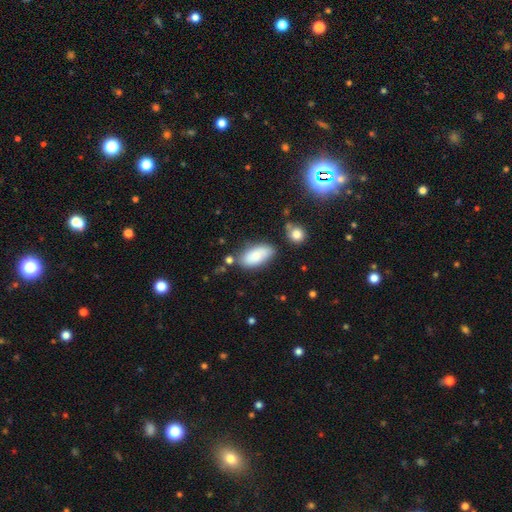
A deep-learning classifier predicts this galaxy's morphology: A smooth galaxy with no disk features (80%) that is in between round and cigar-shaped (92%).

Vote fractions:
- Smooth or featured? smooth: 80% / featured or disk: 14% / star or artifact: 7%
- How rounded? in between: 92% / cigar-shaped: 5% / round: 3%
- Merging? none: 69% / minor disturbance: 19% / merger: 8% / major disturbance: 5%